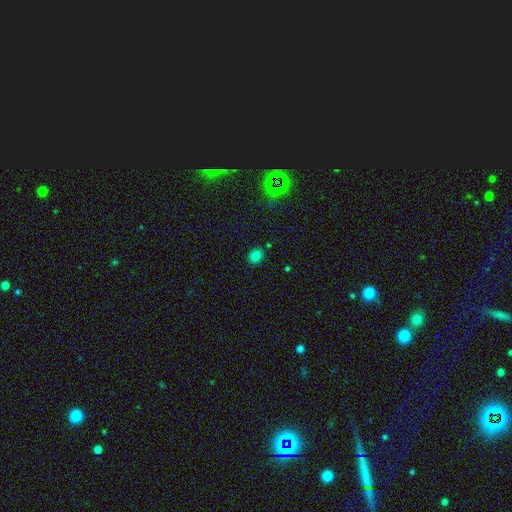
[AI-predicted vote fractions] Morphology: type=smooth (78%); roundness=round (68%); merging=none (85%).